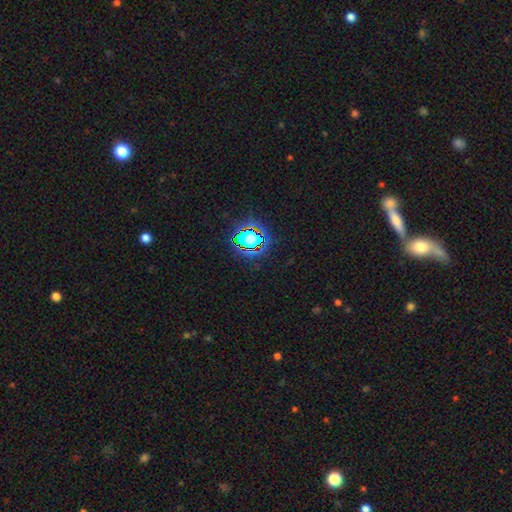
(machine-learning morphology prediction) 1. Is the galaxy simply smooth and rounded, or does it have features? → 70% star or artifact, 17% smooth, 13% featured or disk.